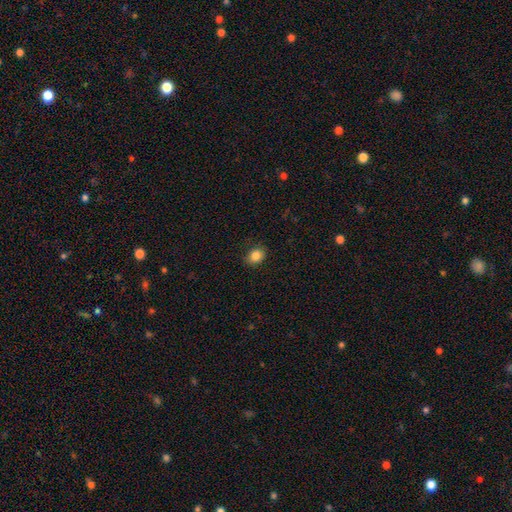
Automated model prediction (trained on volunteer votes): smooth-or-featured: smooth: 85% | star or artifact: 10% | featured or disk: 5%
  how-rounded: in between: 55% | round: 44% | cigar-shaped: 1%
  merging: none: 87% | minor disturbance: 10% | major disturbance: 2% | merger: 1%